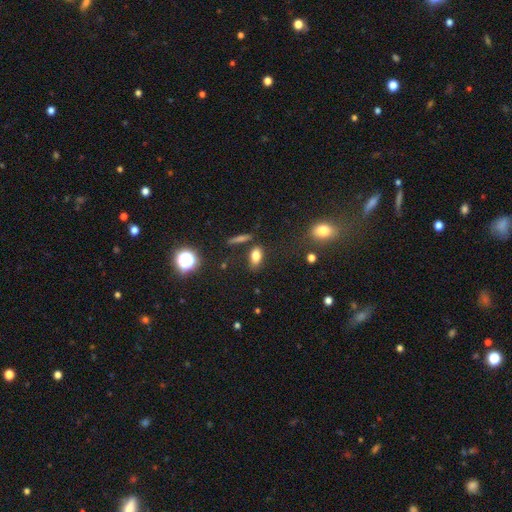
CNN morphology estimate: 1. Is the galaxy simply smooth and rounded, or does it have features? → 77% smooth, 12% star or artifact, 11% featured or disk.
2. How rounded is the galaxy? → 80% in between, 11% round, 9% cigar-shaped.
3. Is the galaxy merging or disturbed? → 77% none, 13% minor disturbance, 6% merger, 4% major disturbance.